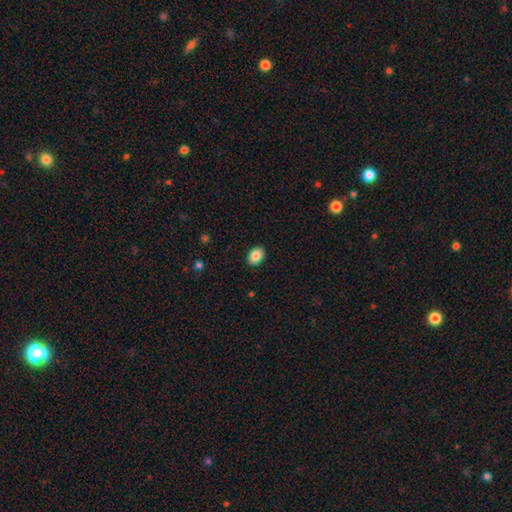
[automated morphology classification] smooth-or-featured: smooth: 87% | star or artifact: 8% | featured or disk: 5%
  how-rounded: in between: 78% | round: 21% | cigar-shaped: 1%
  merging: none: 90% | minor disturbance: 7% | major disturbance: 2% | merger: 1%